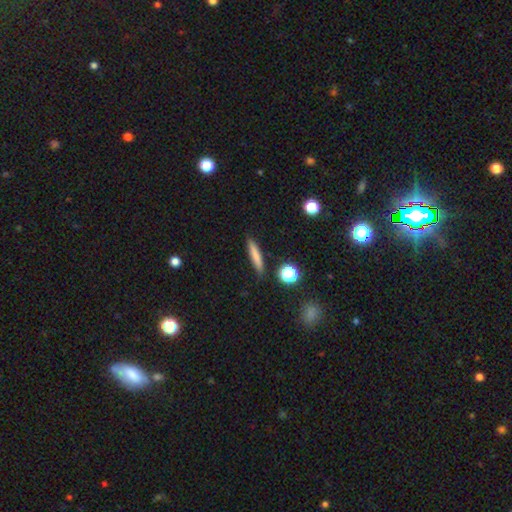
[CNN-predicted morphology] This is likely a smooth galaxy (76%). How rounded: clearly cigar-shaped (88%). Merging: clearly none (86%).